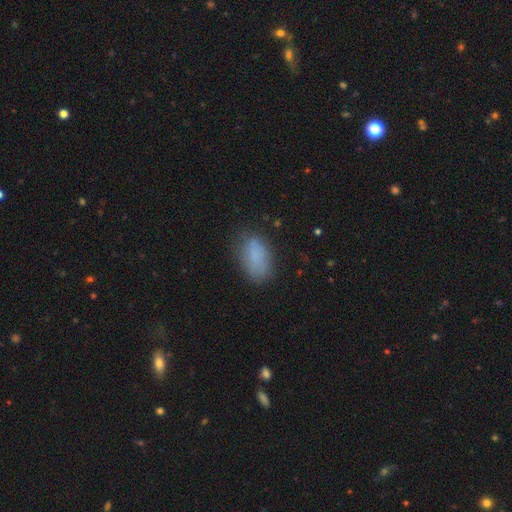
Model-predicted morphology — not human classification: A smooth galaxy with no disk features (80%) that is in between round and cigar-shaped (91%). Merging: none (69%).